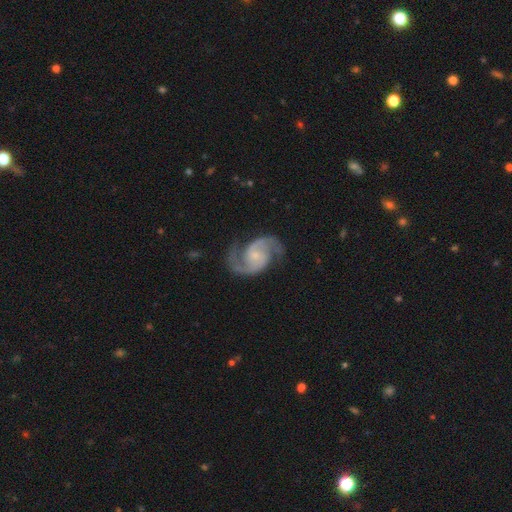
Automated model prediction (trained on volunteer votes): This appears to be a featured or disk galaxy (93%) with no bar (58%), 2 (94%) medium (63%) spiral arms (98%) and a small central bulge (62%). Merging: none (81%).